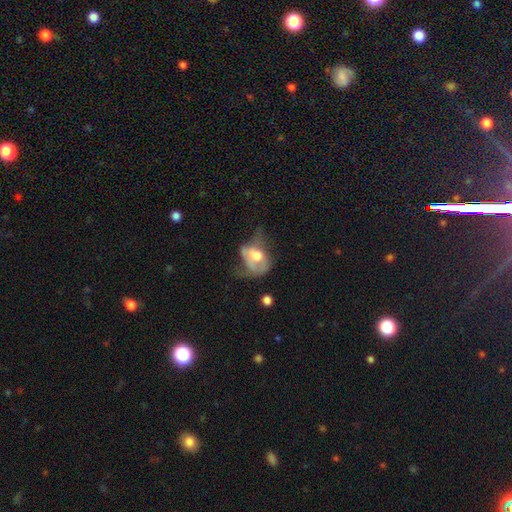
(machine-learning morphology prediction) smooth-or-featured: smooth: 47% | featured or disk: 44% | star or artifact: 9%
  merging: major disturbance: 52% | minor disturbance: 21% | none: 18% | merger: 9%